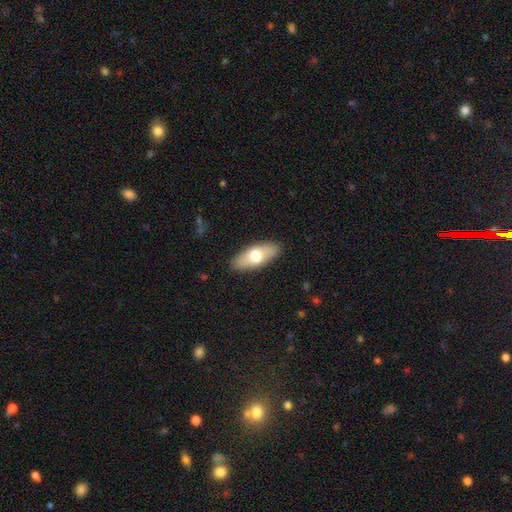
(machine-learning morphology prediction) A smooth galaxy with no disk features (64%) that is in between round and cigar-shaped (80%). Merging: none (88%).